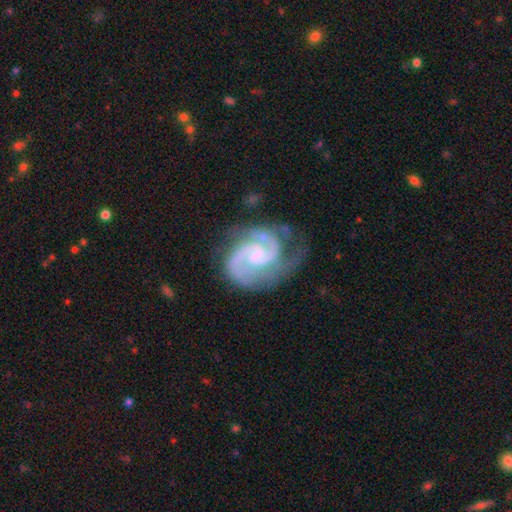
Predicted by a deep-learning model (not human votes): featured or disk 92%, star or artifact 4%, smooth 4%. Down the decision tree: edge-on disk — no (98%); bar — weak (47%); spiral arms — yes (98%); spiral arm count — 2 (80%); spiral winding — medium (52%); bulge size — small (49%); merging — none (65%).